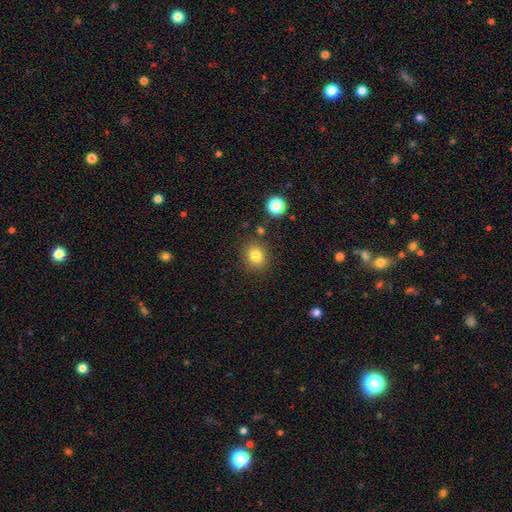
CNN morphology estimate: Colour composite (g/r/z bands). It shows a smooth galaxy with no disk features (81%) that is round (73%). Merging: none (84%).